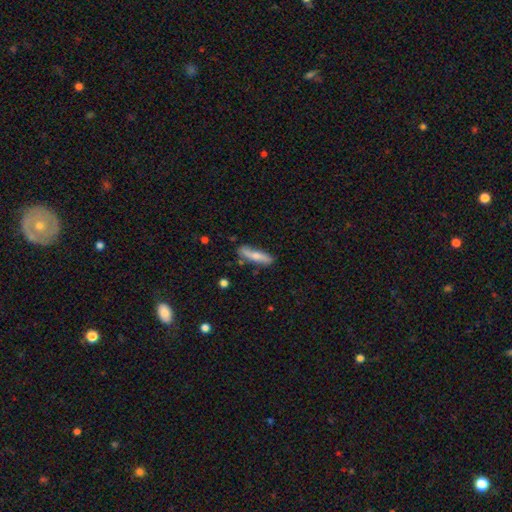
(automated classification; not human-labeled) Smooth or featured? smooth (65%)
How rounded? cigar-shaped (74%)
Merging? none (75%)